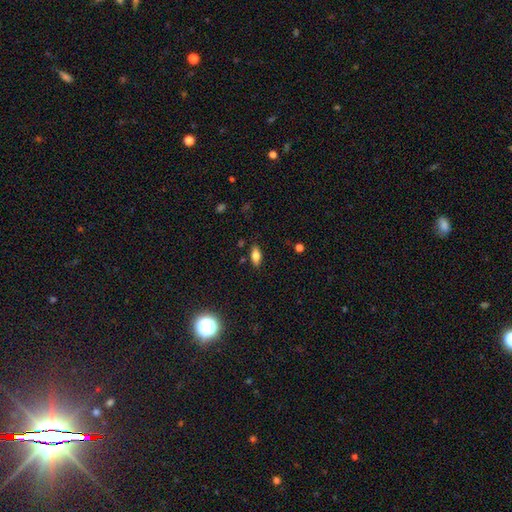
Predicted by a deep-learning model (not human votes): This is likely a smooth galaxy (76%). How rounded: clearly in between (86%). Merging: clearly none (85%).